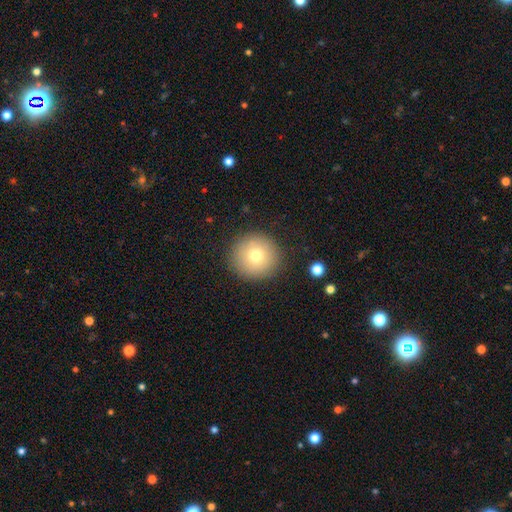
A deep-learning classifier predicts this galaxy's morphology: Smooth or featured? Predicted: smooth (p=0.74). How rounded? Predicted: round (p=0.94). Merging? Predicted: none (p=0.89).